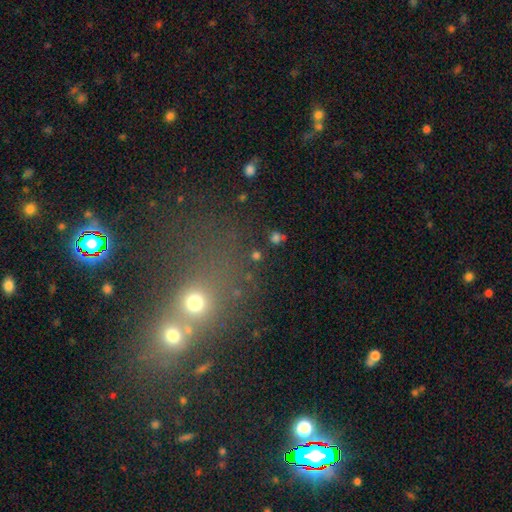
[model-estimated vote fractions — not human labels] This appears to be a smooth galaxy with no disk features (52%) that is round (70%). Merging: none (74%).